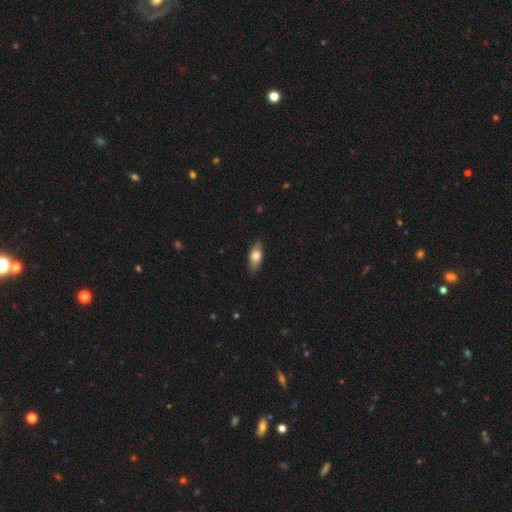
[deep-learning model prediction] Smooth or featured: smooth — 72% (featured or disk — 22%)
How rounded: in between — 79% (cigar-shaped — 18%)
Merging: none — 85% (minor disturbance — 12%)